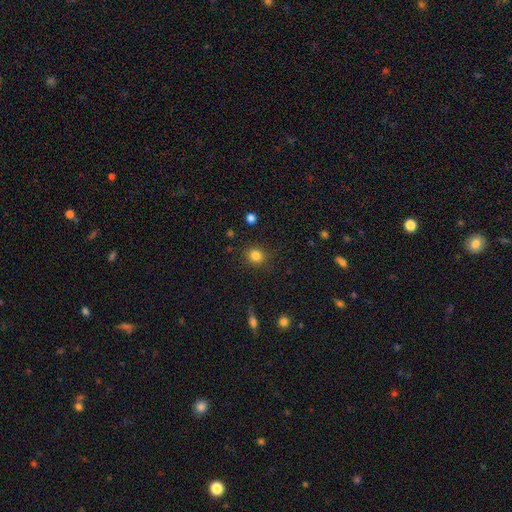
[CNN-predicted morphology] Q: Smooth or featured?
A: smooth (83%); runner-up: star or artifact (12%)
Q: How rounded?
A: round (76%); runner-up: in between (23%)
Q: Merging?
A: none (85%); runner-up: minor disturbance (10%)